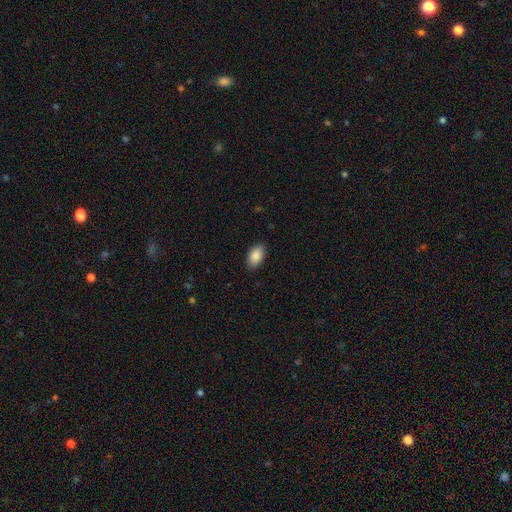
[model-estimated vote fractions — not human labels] Morphology: type=smooth (88%); roundness=in between (94%); merging=none (88%).